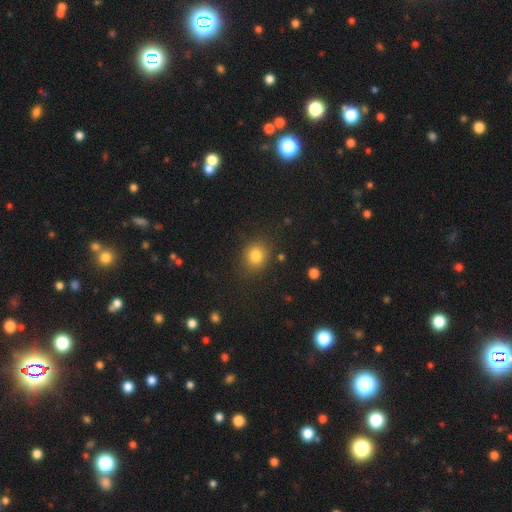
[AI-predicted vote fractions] Q: Smooth or featured?
A: smooth (81%); runner-up: star or artifact (12%)
Q: How rounded?
A: round (75%); runner-up: in between (24%)
Q: Merging?
A: none (83%); runner-up: minor disturbance (11%)